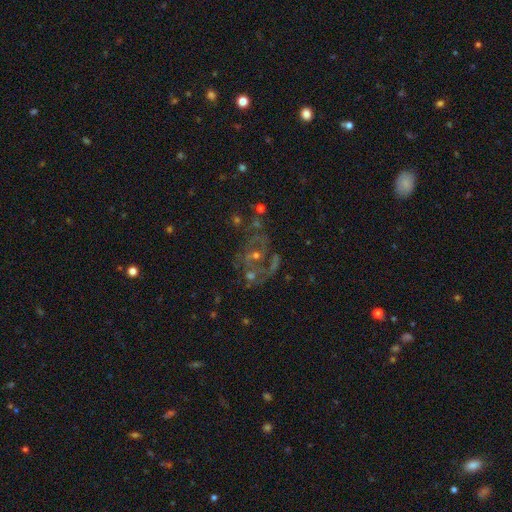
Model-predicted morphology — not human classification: This appears to be a featured or disk galaxy (72%) with no bar (56%), 2 (47%) medium (46%) spiral arms (71%) and a small central bulge (50%). Merging: none (45%).